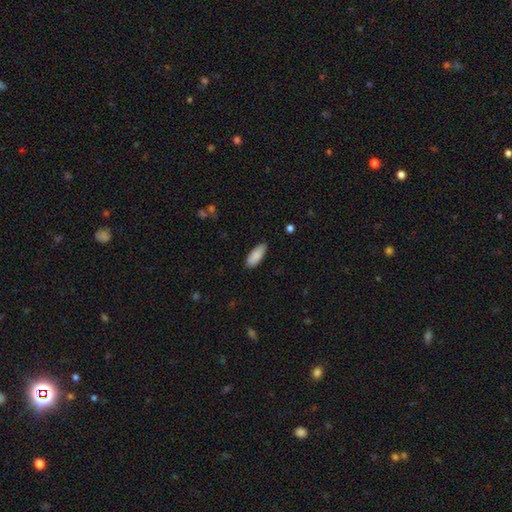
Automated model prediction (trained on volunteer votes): Smooth or featured: smooth — 89% (star or artifact — 6%)
How rounded: in between — 81% (cigar-shaped — 17%)
Merging: none — 85% (minor disturbance — 12%)